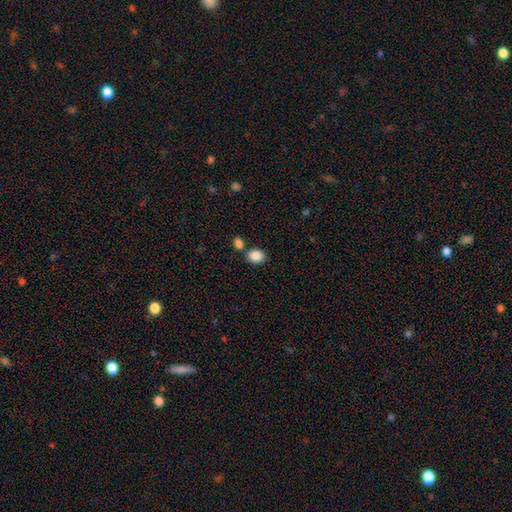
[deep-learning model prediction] smooth-or-featured: smooth: 88% | star or artifact: 8% | featured or disk: 4%
  how-rounded: in between: 56% | round: 43% | cigar-shaped: 1%
  merging: none: 69% | merger: 18% | minor disturbance: 10% | major disturbance: 3%